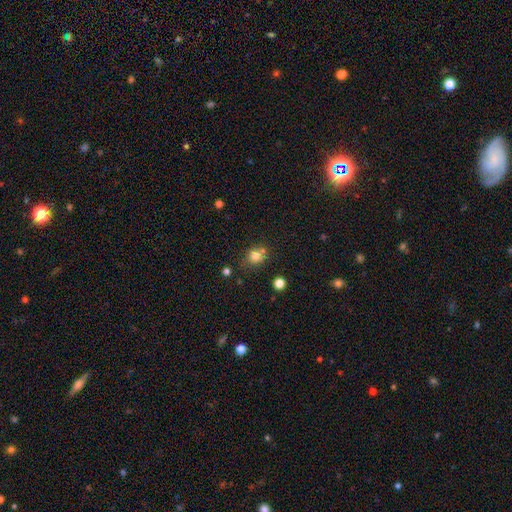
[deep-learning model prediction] This appears to be a smooth galaxy with no disk features (78%) that is round (71%). Merging: none (60%).